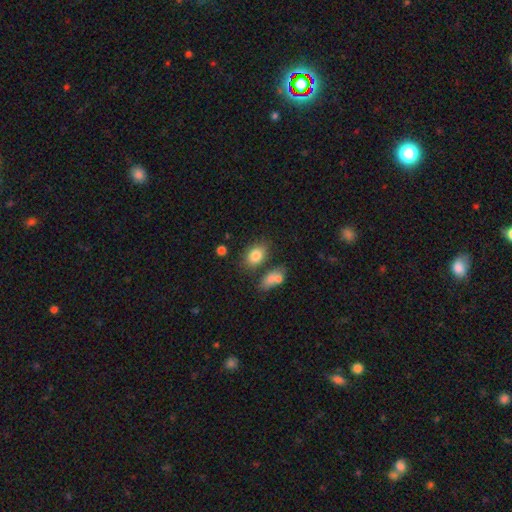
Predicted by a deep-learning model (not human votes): Smooth or featured? Predicted: smooth (p=0.82). How rounded? Predicted: in between (p=0.79). Merging? Predicted: none (p=0.69).